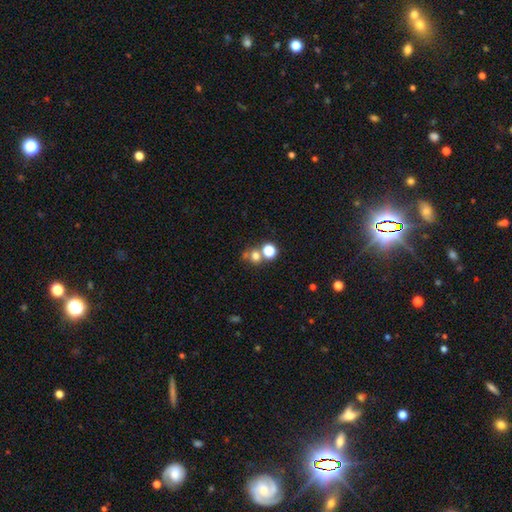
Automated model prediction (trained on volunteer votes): smooth-or-featured: smooth: 66% | star or artifact: 23% | featured or disk: 11%
  how-rounded: round: 79% | in between: 20% | cigar-shaped: 1%
  merging: none: 53% | merger: 35% | minor disturbance: 8% | major disturbance: 4%